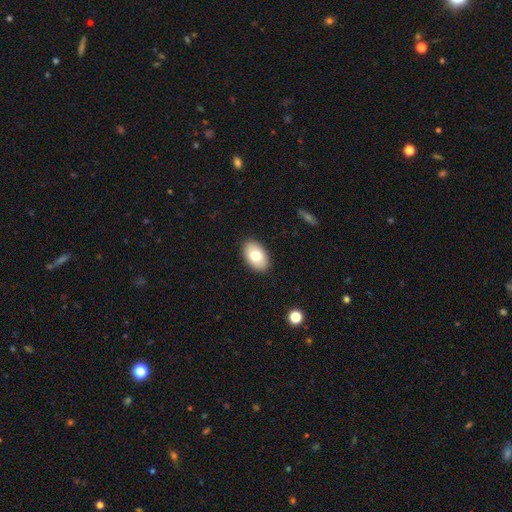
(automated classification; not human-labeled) The model was most divided on "smooth or featured": smooth: 76%, featured or disk: 17%, star or artifact: 7%. More confident: how rounded — in between (92%); merging — none (89%).